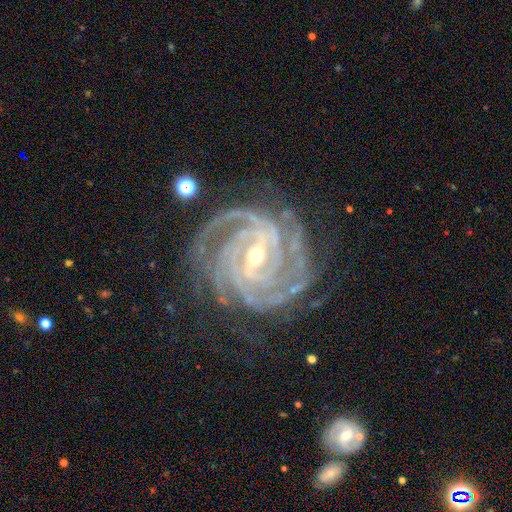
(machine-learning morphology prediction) type=featured or disk (93%); edge-on=no (98%); bar=strong (49%); spiral arms=yes (99%); winding=tight (79%); arm count=4 (34%); bulge=small (59%); merging=none (78%).